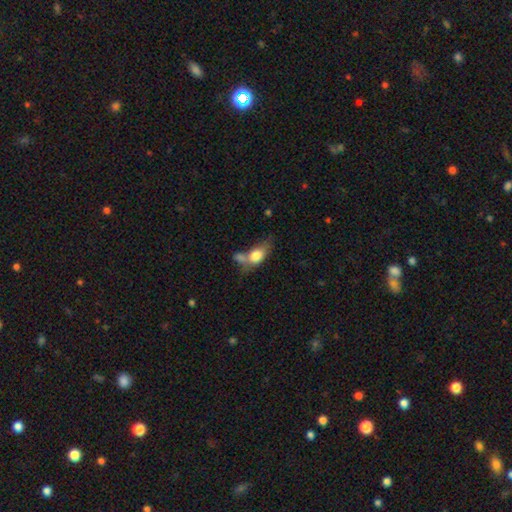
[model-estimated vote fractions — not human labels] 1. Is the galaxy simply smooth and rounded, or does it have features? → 74% smooth, 18% featured or disk, 8% star or artifact.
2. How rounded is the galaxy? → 78% in between, 15% round, 8% cigar-shaped.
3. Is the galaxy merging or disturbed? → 42% merger, 27% none, 18% minor disturbance, 13% major disturbance.